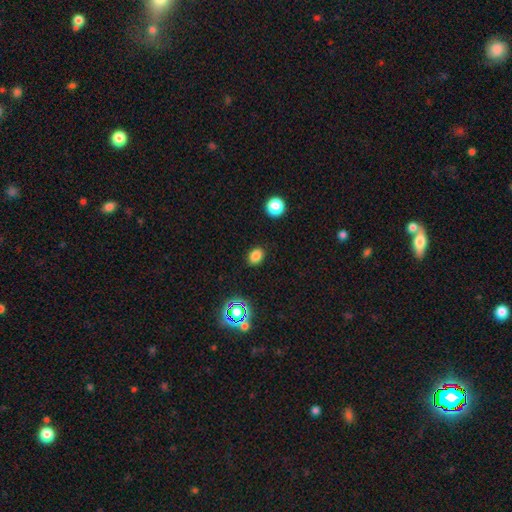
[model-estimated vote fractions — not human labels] Q: Smooth or featured?
A: smooth (81%); runner-up: star or artifact (14%)
Q: How rounded?
A: in between (63%); runner-up: round (36%)
Q: Merging?
A: none (88%); runner-up: minor disturbance (8%)